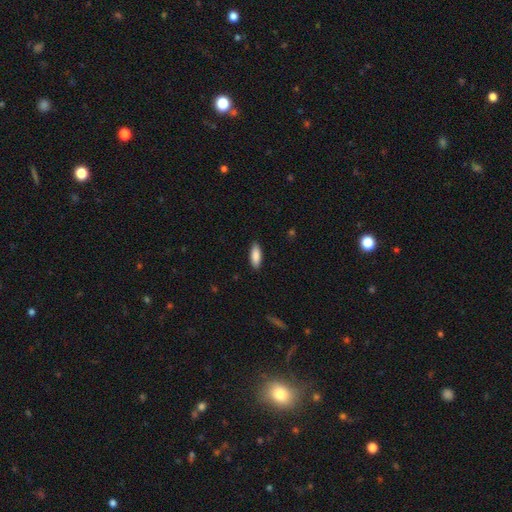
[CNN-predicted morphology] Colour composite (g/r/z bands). It shows a smooth galaxy with no disk features (88%) that is in between round and cigar-shaped (71%). Merging: none (88%).